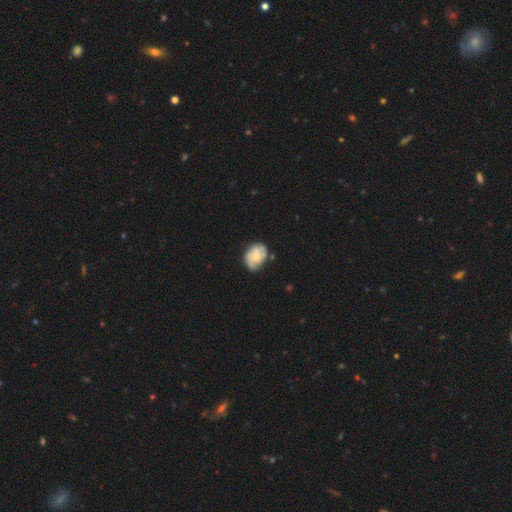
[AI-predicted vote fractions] featured or disk 66%, smooth 28%, star or artifact 6%. Down the decision tree: edge-on disk — no (97%); bar — no (57%); spiral arms — yes (89%); spiral arm count — 2 (54%); spiral winding — tight (48%); bulge size — moderate (51%); merging — none (68%).